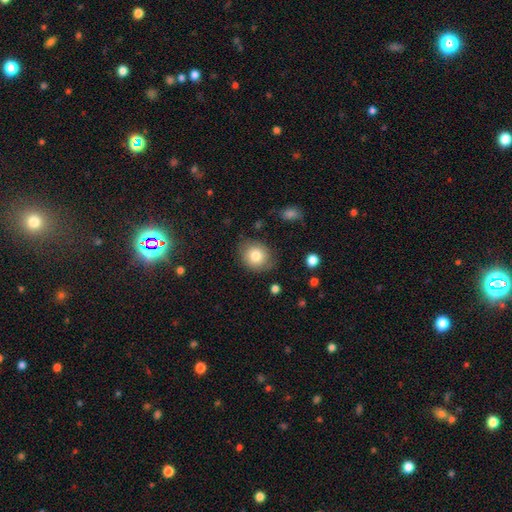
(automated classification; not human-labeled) smooth 80%, featured or disk 12%, star or artifact 9%. Down the decision tree: how rounded — round (69%); merging — none (76%).